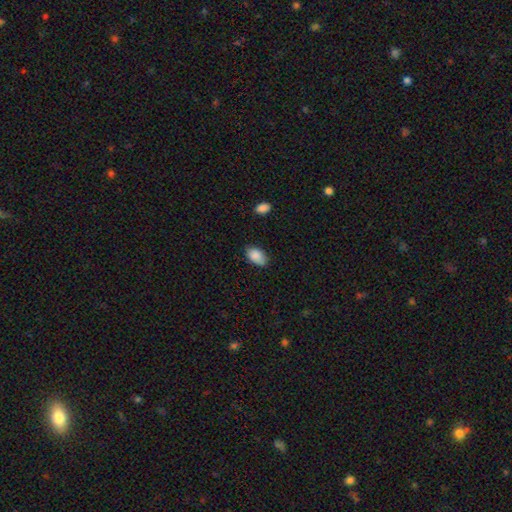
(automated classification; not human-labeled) Smooth or featured? smooth (87%)
How rounded? in between (91%)
Merging? none (73%)